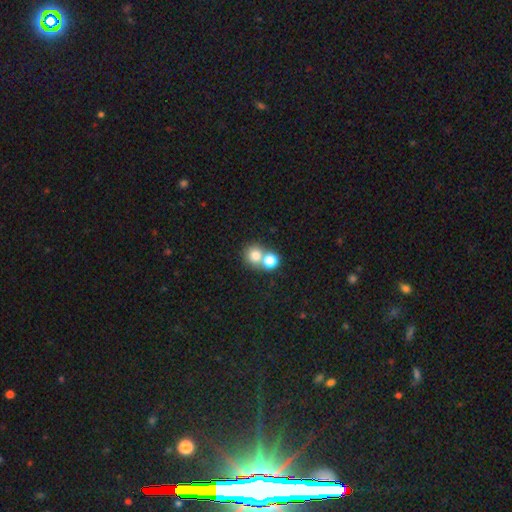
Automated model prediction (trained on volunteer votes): A smooth galaxy with no disk features (77%) that is round (87%).

Vote fractions:
- Smooth or featured? smooth: 77% / star or artifact: 13% / featured or disk: 10%
- How rounded? round: 87% / in between: 12% / cigar-shaped: 1%
- Merging? merger: 46% (tied) / none: 46% (tied) / minor disturbance: 5% / major disturbance: 3%